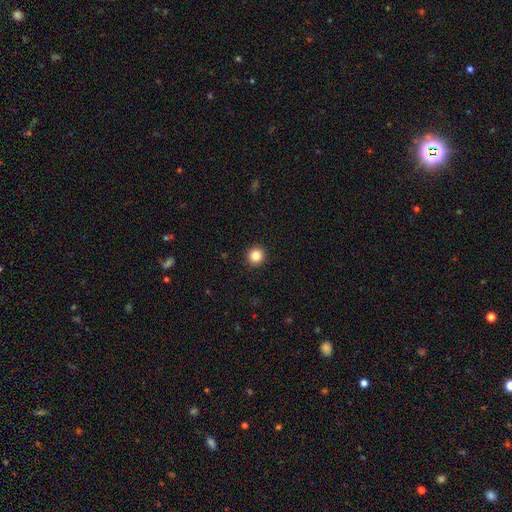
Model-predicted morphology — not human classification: type=smooth (85%); roundness=round (94%); merging=none (93%).